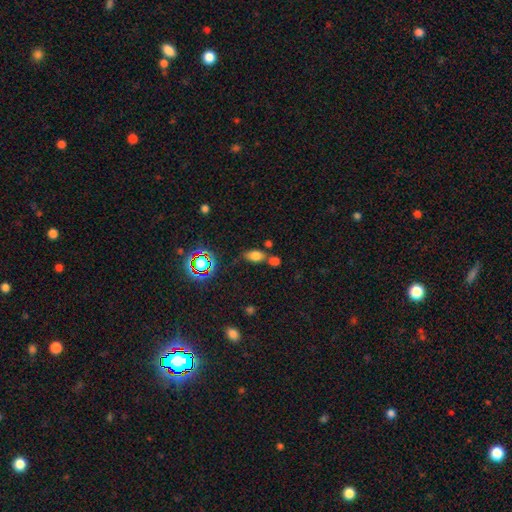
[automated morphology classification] Smooth or featured: smooth — 70% (star or artifact — 20%)
How rounded: in between — 83% (round — 13%)
Merging: none — 53% (merger — 27%)